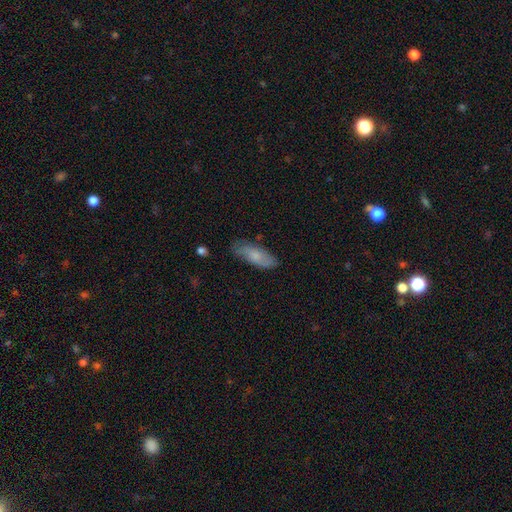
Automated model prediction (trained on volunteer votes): A smooth galaxy with no disk features (67%) that is in between round and cigar-shaped (70%).

Vote fractions:
- Smooth or featured? smooth: 67% / featured or disk: 27% / star or artifact: 7%
- How rounded? in between: 70% / cigar-shaped: 28% / round: 2%
- Merging? none: 73% / minor disturbance: 21% / major disturbance: 5% / merger: 1%